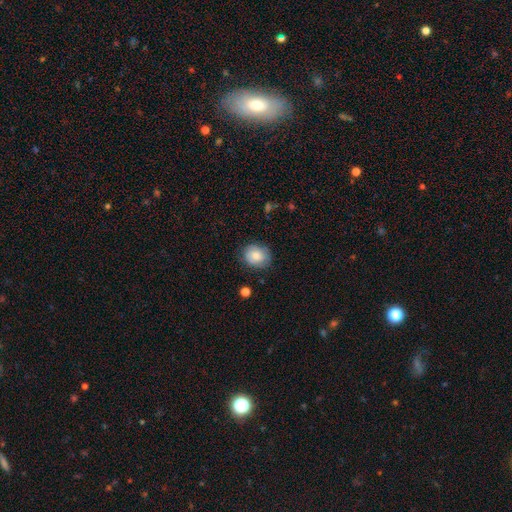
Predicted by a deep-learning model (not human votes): smooth 77%, featured or disk 15%, star or artifact 8%. Down the decision tree: how rounded — round (64%); merging — none (78%).